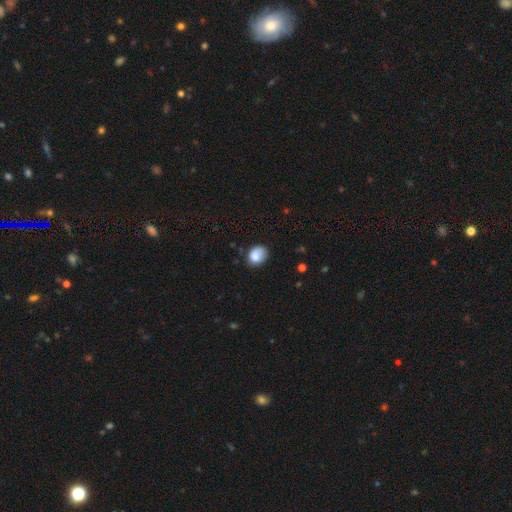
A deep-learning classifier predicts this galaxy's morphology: Smooth or featured: smooth — 83% (featured or disk — 9%)
How rounded: in between — 52% (round — 47%)
Merging: none — 62% (minor disturbance — 29%)